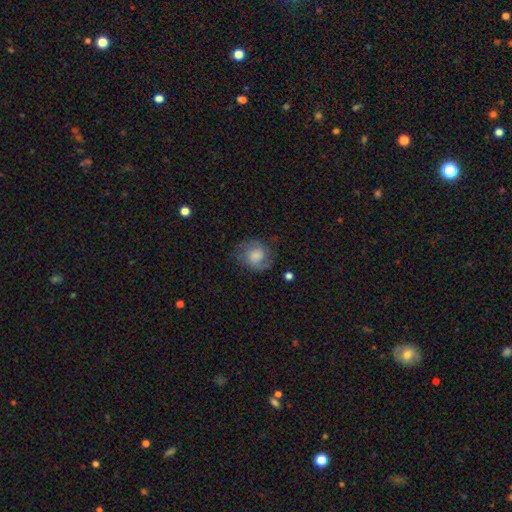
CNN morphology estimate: Smooth or featured? featured or disk (53%)
Edge-on disk? no (98%)
Bar? no (68%)
Spiral arms? yes (87%)
Bulge size? large (32%)
Merging? none (67%)